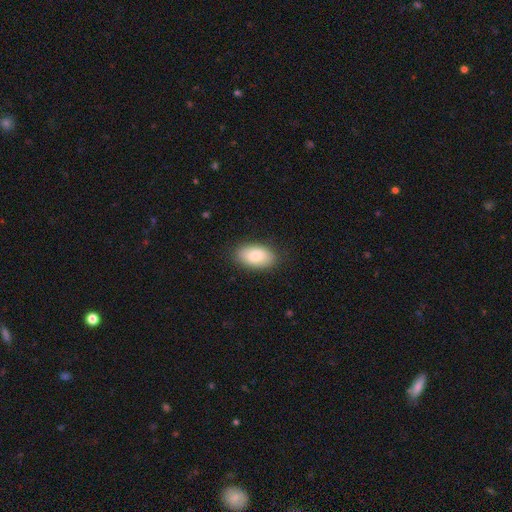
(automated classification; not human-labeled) Smooth or featured?
  - smooth: 83% *
  - featured or disk: 10%
  - star or artifact: 6%
How rounded?
  - in between: 94% *
  - round: 5%
  - cigar-shaped: 2%
Merging?
  - none: 85% *
  - minor disturbance: 11%
  - major disturbance: 3%
  - merger: 1%